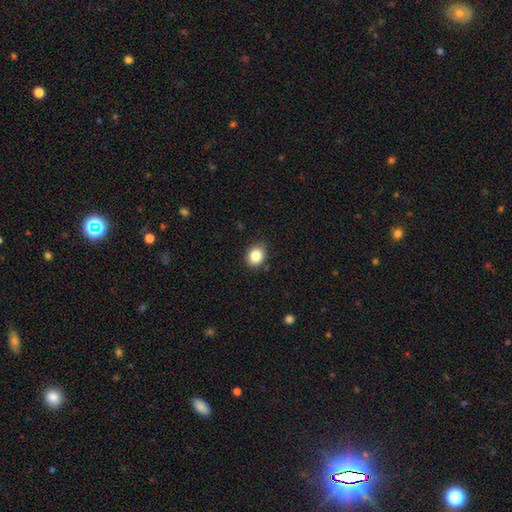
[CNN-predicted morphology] smooth 84%, star or artifact 10%, featured or disk 6%. Down the decision tree: how rounded — round (59%); merging — none (85%).